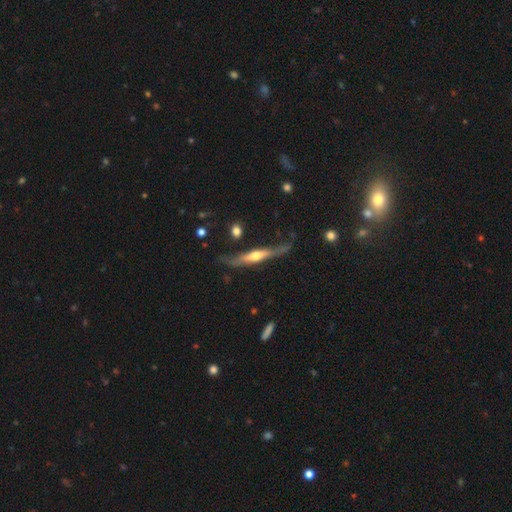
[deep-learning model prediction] This is likely a featured or disk galaxy (72%). It is clearly viewed edge-on (88%). Edge-on bulge: clearly rounded (84%). Merging: possibly none (55%).